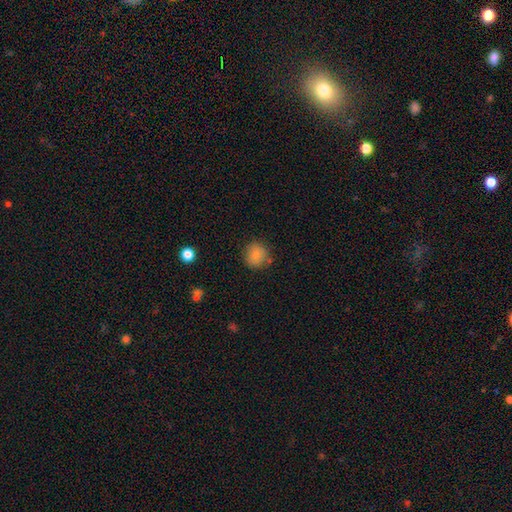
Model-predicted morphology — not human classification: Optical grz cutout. It shows a smooth galaxy with no disk features (77%) that is round (90%). Merging: none (83%).